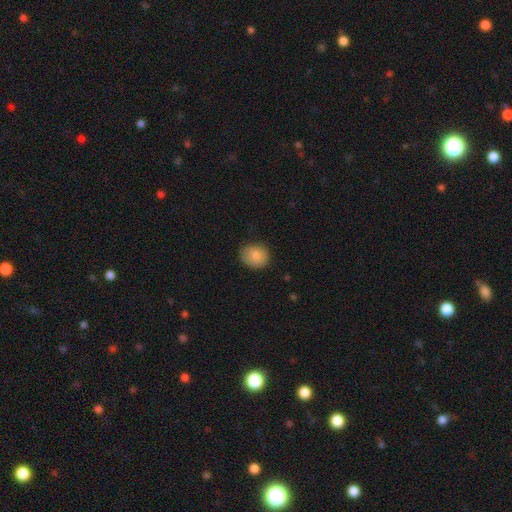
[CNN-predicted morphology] Q: Smooth or featured?
A: smooth (86%); runner-up: star or artifact (8%)
Q: How rounded?
A: round (70%); runner-up: in between (30%)
Q: Merging?
A: none (78%); runner-up: minor disturbance (17%)